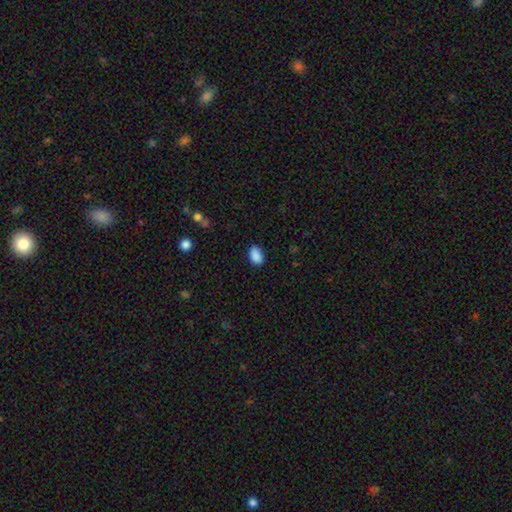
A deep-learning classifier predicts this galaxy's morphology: This appears to be a smooth galaxy with no disk features (89%) that is in between round and cigar-shaped (90%). Merging: none (84%).